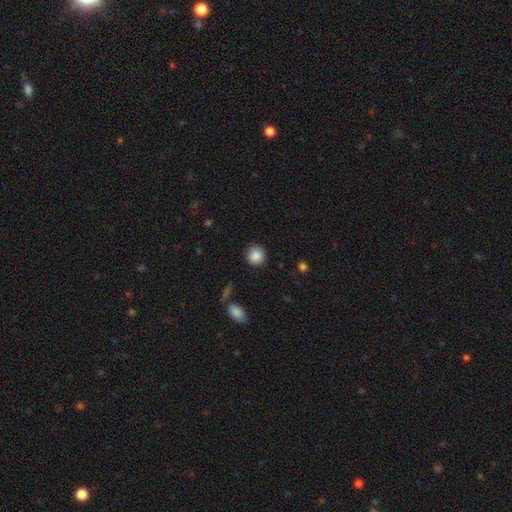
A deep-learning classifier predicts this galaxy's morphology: smooth-or-featured: smooth: 88% | star or artifact: 8% | featured or disk: 4%
  how-rounded: round: 89% | in between: 10% | cigar-shaped: 1%
  merging: none: 88% | minor disturbance: 8% | major disturbance: 2% | merger: 1%